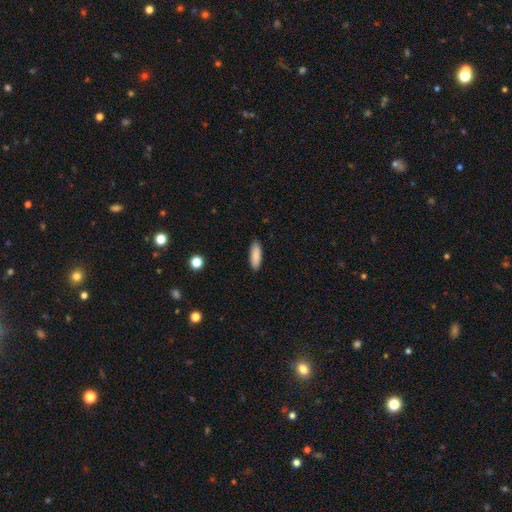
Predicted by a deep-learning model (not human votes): A smooth galaxy with no disk features (88%) that is in between round and cigar-shaped (51%). Merging: none (89%).